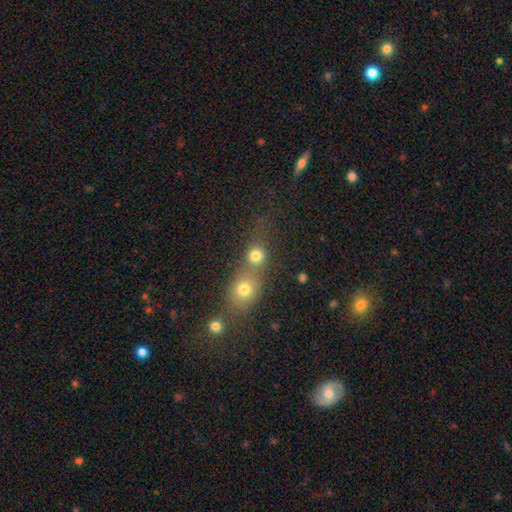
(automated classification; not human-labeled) Smooth or featured? smooth (76%)
How rounded? round (80%)
Merging? merger (49%)